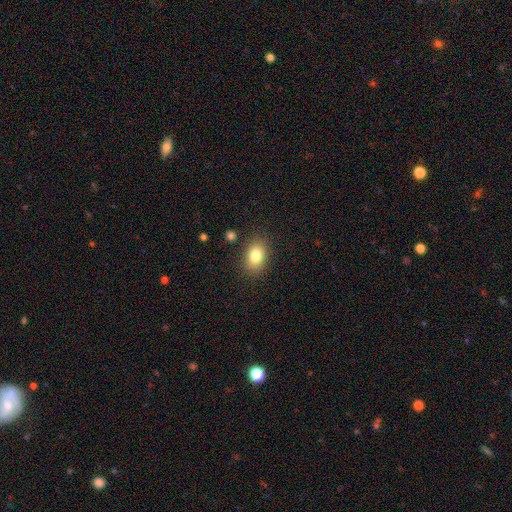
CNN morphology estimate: A smooth galaxy with no disk features (81%) that is in between round and cigar-shaped (75%). Merging: none (84%).